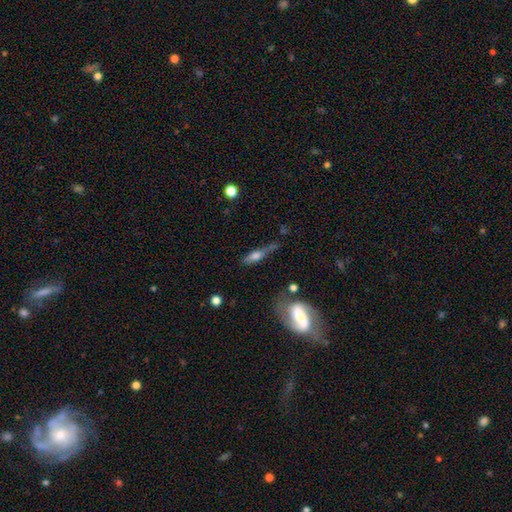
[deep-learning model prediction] smooth_or_featured: smooth (p=0.50) [alt: featured or disk p=0.42]
merging: none (p=0.51) [alt: minor disturbance p=0.26]